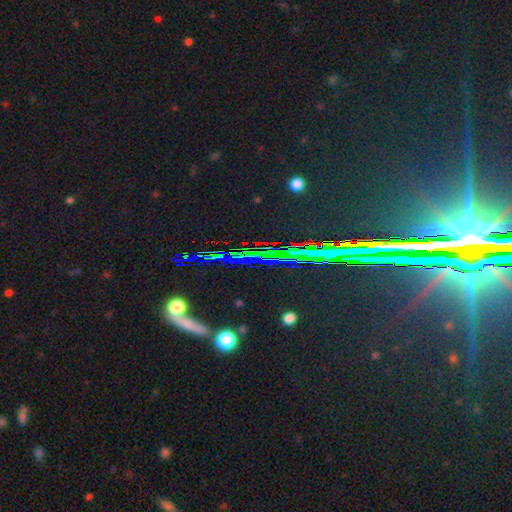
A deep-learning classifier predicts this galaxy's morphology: star or artifact 73%, featured or disk 15%, smooth 11%.